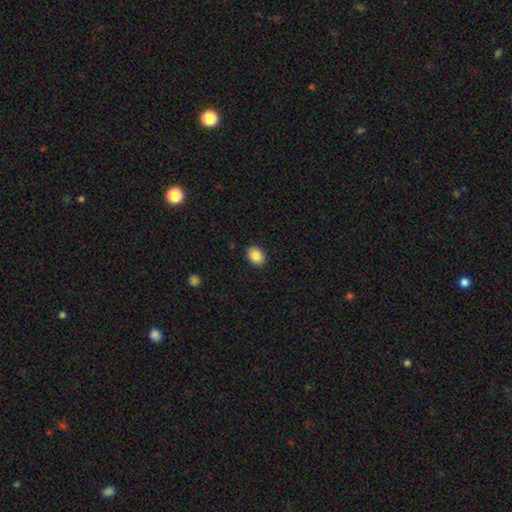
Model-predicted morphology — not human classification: Smooth or featured? Predicted: smooth (p=0.87). How rounded? Predicted: in between (p=0.66). Merging? Predicted: none (p=0.90).